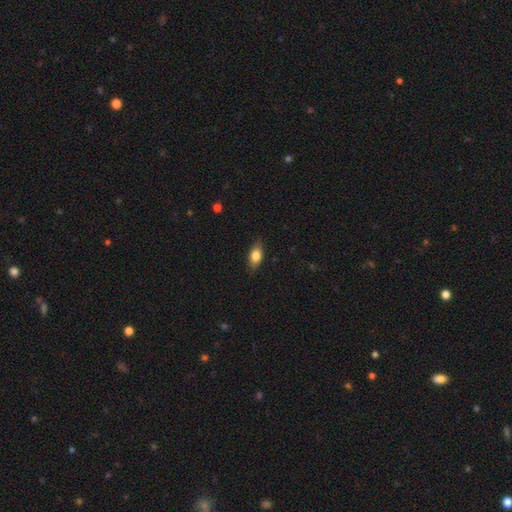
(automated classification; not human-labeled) This is likely a smooth galaxy (79%). How rounded: clearly in between (84%). Merging: clearly none (83%).